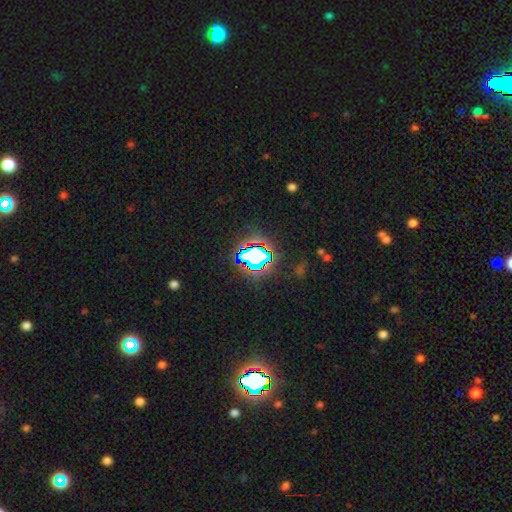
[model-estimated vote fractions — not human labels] A star or artifact, not a galaxy (70%).

Vote fractions:
- Smooth or featured? star or artifact: 70% / smooth: 17% / featured or disk: 13%